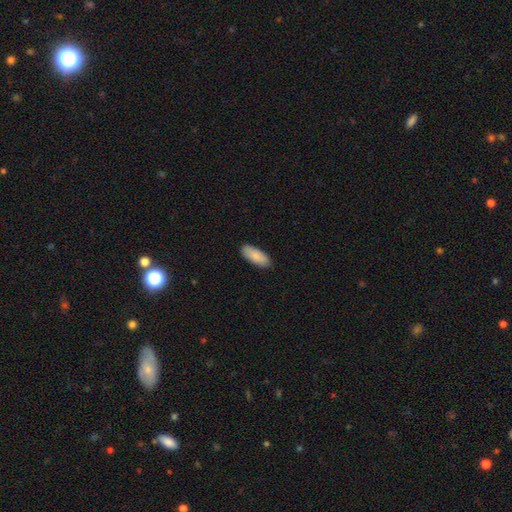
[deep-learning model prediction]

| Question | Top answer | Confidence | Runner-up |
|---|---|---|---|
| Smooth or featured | smooth | 89% | featured or disk (5%) |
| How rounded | in between | 84% | cigar-shaped (15%) |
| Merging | none | 89% | minor disturbance (8%) |